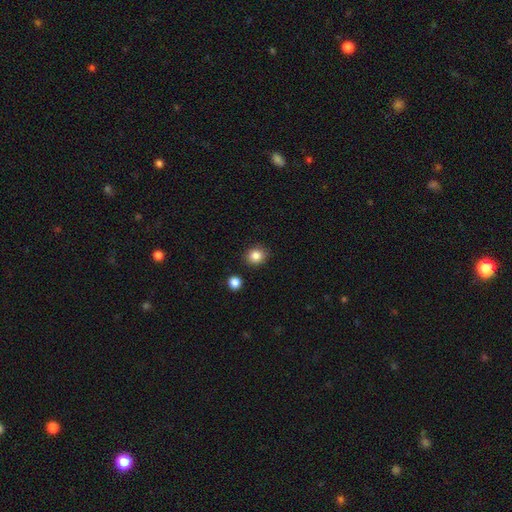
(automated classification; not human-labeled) Overall: smooth (85%). How rounded: round (74%). Merging: none (87%).